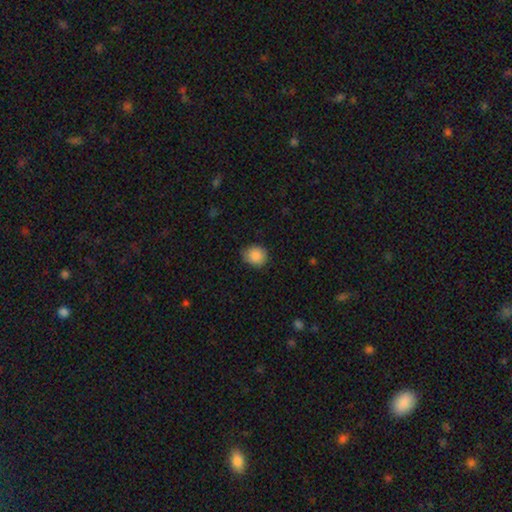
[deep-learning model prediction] Smooth or featured: smooth — 88% (star or artifact — 8%)
How rounded: round — 76% (in between — 23%)
Merging: none — 82% (minor disturbance — 14%)